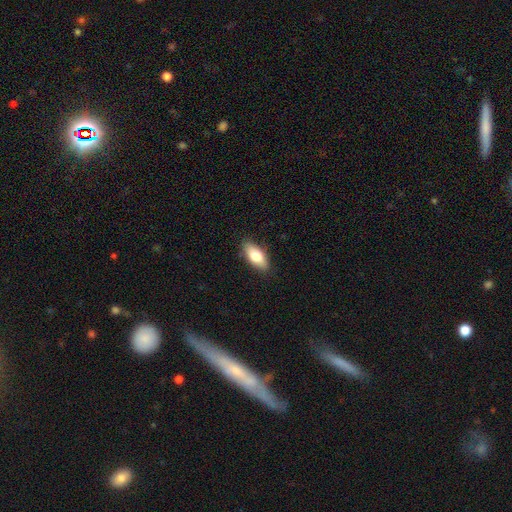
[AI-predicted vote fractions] smooth_or_featured: smooth (p=0.76) [alt: featured or disk p=0.17]
how_rounded: in between (p=0.85) [alt: cigar-shaped p=0.12]
merging: none (p=0.87) [alt: minor disturbance p=0.10]